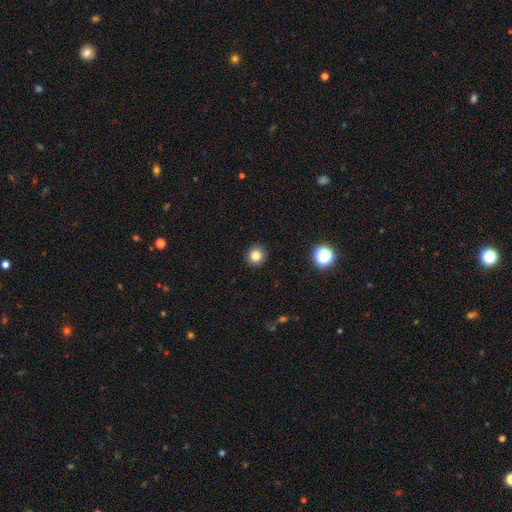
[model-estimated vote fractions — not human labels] Smooth or featured? Predicted: smooth (p=0.83). How rounded? Predicted: round (p=0.91). Merging? Predicted: none (p=0.90).